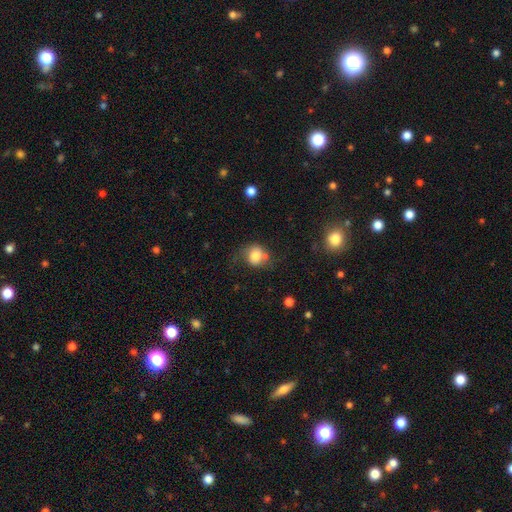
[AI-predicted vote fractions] Overall: smooth (74%). How rounded: round (74%). Merging: none (50%; minor disturbance 24%).